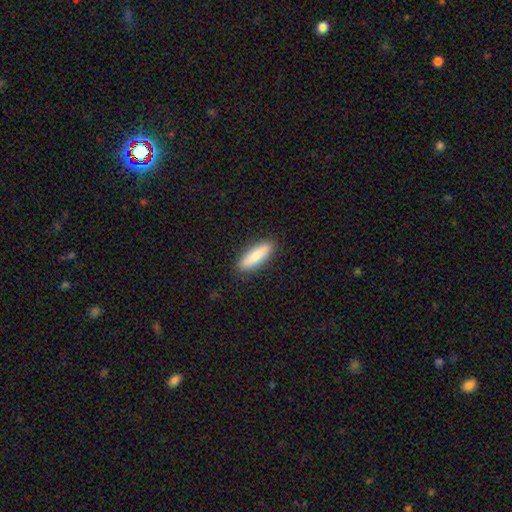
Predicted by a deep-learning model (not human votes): Morphology: type=smooth (82%); roundness=cigar-shaped (59%); merging=none (89%).